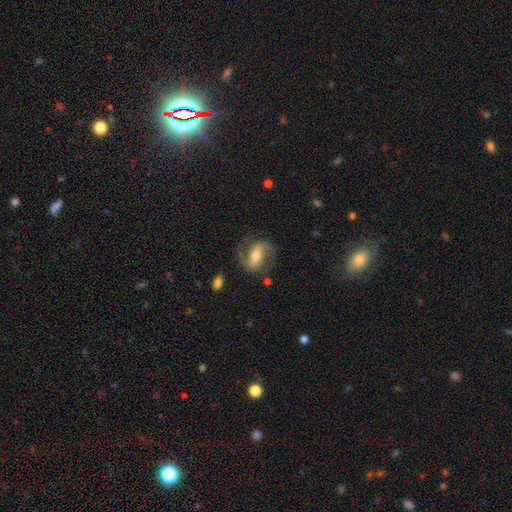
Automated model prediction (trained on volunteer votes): This appears to be a featured or disk galaxy (78%) with a strong bar (45%), 2 (89%) medium (50%) spiral arms (93%) and a moderate central bulge (59%). Merging: none (74%).